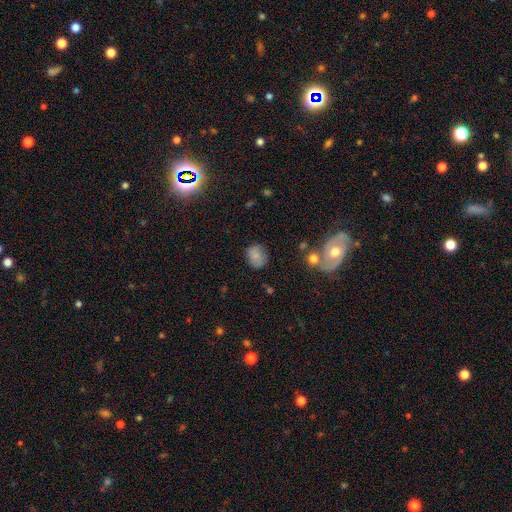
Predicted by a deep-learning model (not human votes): Smooth or featured?
  - smooth: 79% *
  - featured or disk: 11%
  - star or artifact: 10%
How rounded?
  - round: 52% *
  - in between: 47%
  - cigar-shaped: 1%
Merging?
  - none: 73% *
  - minor disturbance: 19%
  - major disturbance: 5%
  - merger: 3%